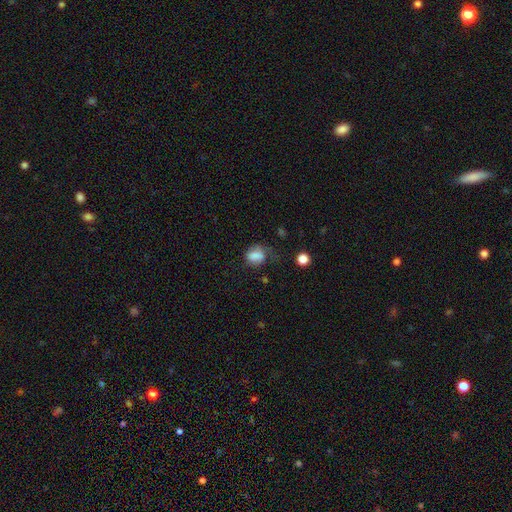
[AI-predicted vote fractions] smooth-or-featured: smooth: 78% | featured or disk: 12% | star or artifact: 10%
  how-rounded: in between: 59% | round: 40% | cigar-shaped: 2%
  merging: none: 43% | minor disturbance: 32% | major disturbance: 21% | merger: 4%